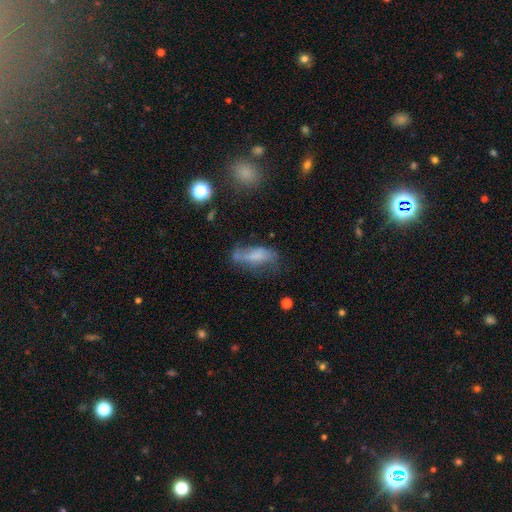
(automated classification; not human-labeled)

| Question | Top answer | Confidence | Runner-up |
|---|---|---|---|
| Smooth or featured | smooth | 57% | featured or disk (32%) |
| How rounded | in between | 63% | cigar-shaped (33%) |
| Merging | none | 43% | minor disturbance (30%) |